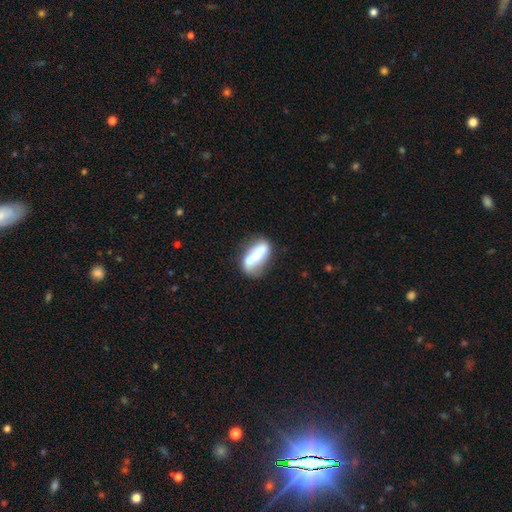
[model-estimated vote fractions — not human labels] Overall: smooth (51%; featured or disk 42%). How rounded: in between (76%). Merging: none (38%; merger 34%).